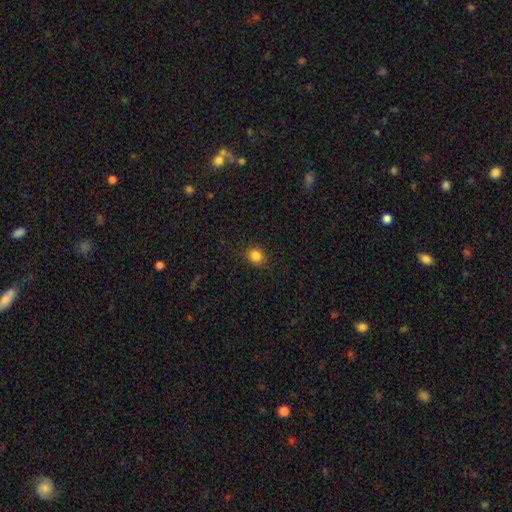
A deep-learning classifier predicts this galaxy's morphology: A smooth galaxy with no disk features (85%) that is round (75%).

Vote fractions:
- Smooth or featured? smooth: 85% / star or artifact: 11% / featured or disk: 4%
- How rounded? round: 75% / in between: 24% / cigar-shaped: 1%
- Merging? none: 88% / minor disturbance: 8% / major disturbance: 2% / merger: 1%